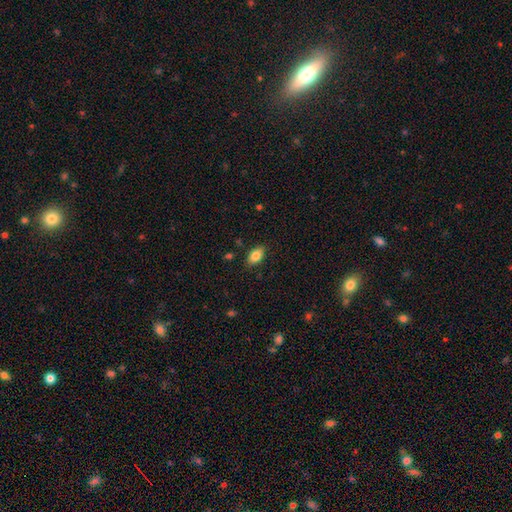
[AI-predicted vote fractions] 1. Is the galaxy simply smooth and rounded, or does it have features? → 84% smooth, 9% featured or disk, 8% star or artifact.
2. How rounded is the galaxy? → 90% in between, 7% round, 4% cigar-shaped.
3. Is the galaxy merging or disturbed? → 84% none, 12% minor disturbance, 3% major disturbance, 1% merger.